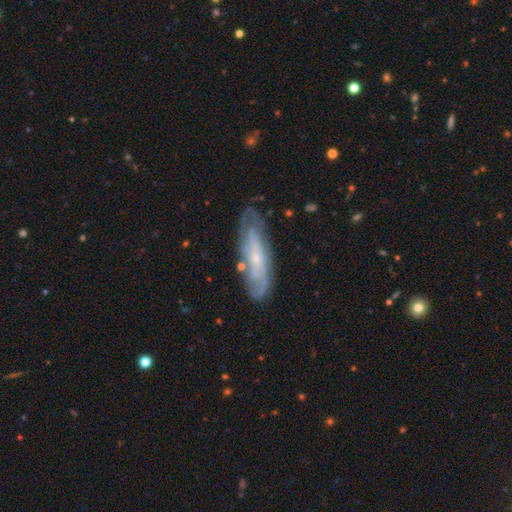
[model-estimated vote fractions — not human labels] This appears to be a featured or disk galaxy (64%). Merging: none (76%).